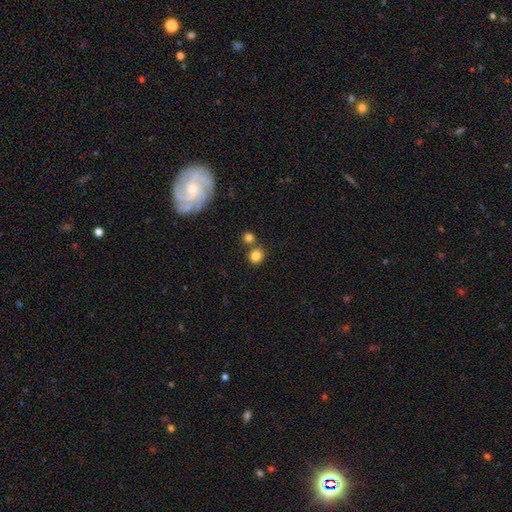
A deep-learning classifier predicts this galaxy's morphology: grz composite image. It shows a smooth galaxy with no disk features (81%) that is round (78%). Merging: none (67%).